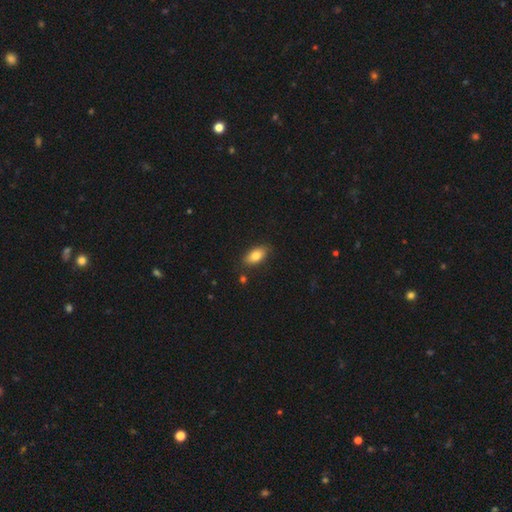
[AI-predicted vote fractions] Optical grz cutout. It shows a smooth galaxy with no disk features (80%) that is in between round and cigar-shaped (90%). Merging: none (84%).